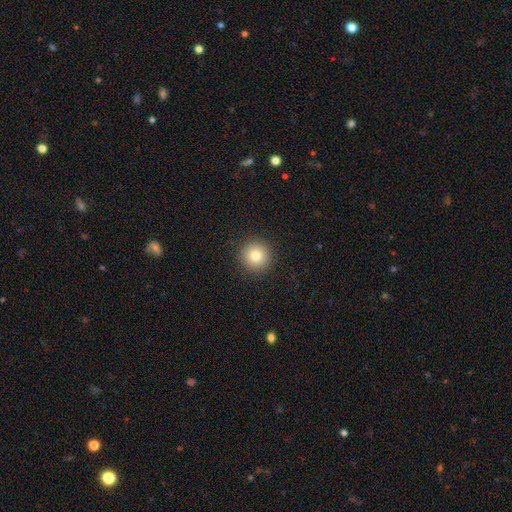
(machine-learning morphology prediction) smooth 81%, star or artifact 11%, featured or disk 8%. Down the decision tree: how rounded — round (95%); merging — none (92%).